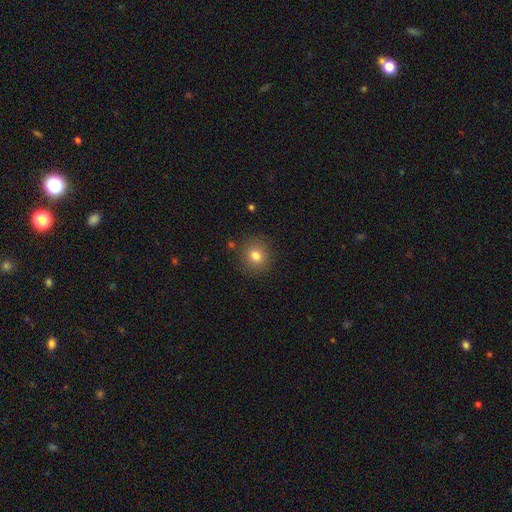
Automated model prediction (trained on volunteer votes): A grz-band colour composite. It shows a smooth galaxy with no disk features (80%) that is round (85%). Merging: none (87%).